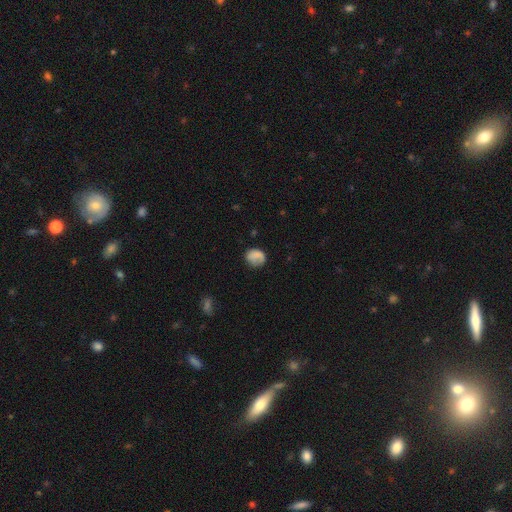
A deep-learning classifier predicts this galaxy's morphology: smooth-or-featured: smooth: 74% | featured or disk: 17% | star or artifact: 9%
  how-rounded: round: 63% | in between: 36% | cigar-shaped: 1%
  merging: none: 56% | minor disturbance: 26% | major disturbance: 15% | merger: 3%